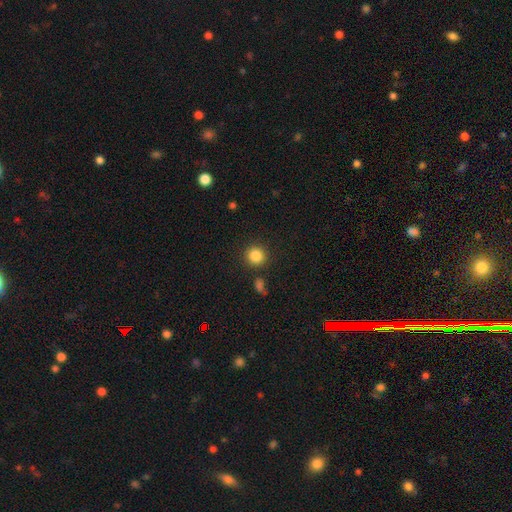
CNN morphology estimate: Q: Smooth or featured?
A: smooth (85%); runner-up: star or artifact (11%)
Q: How rounded?
A: round (92%); runner-up: in between (7%)
Q: Merging?
A: none (86%); runner-up: minor disturbance (7%)